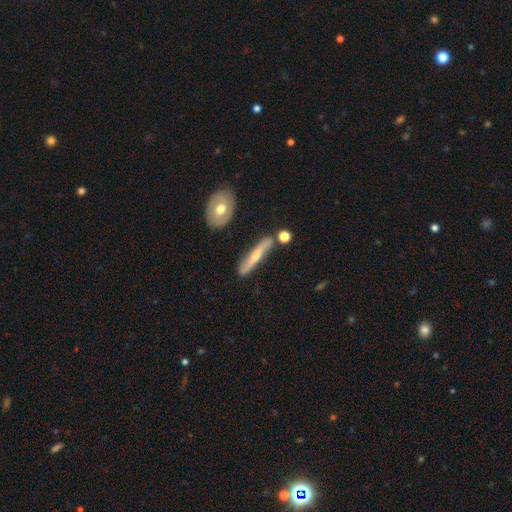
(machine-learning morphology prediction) Smooth or featured: featured or disk — 52% (smooth — 42%)
Edge-on disk: yes — 80% (no — 20%)
Merging: none — 78% (minor disturbance — 13%)